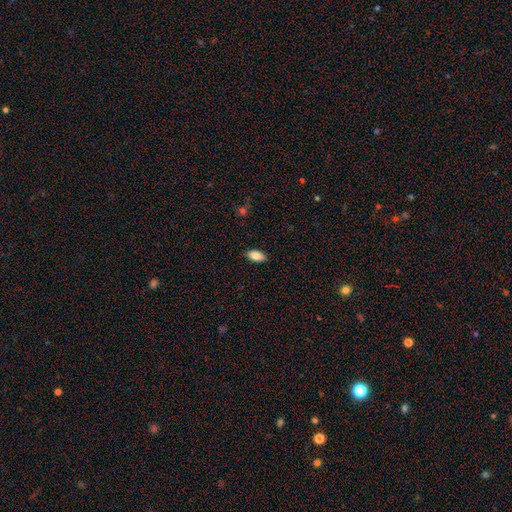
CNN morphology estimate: The model was most divided on "smooth or featured": smooth: 83%, featured or disk: 10%, star or artifact: 7%. More confident: how rounded — in between (91%); merging — none (88%).